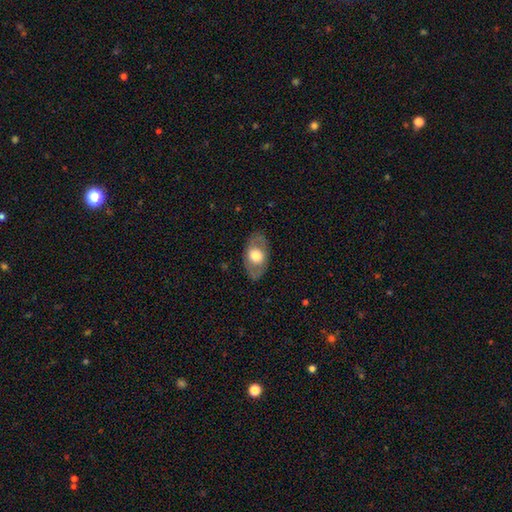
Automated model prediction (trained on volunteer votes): Morphology: type=smooth (52%); roundness=in between (85%); merging=none (82%).